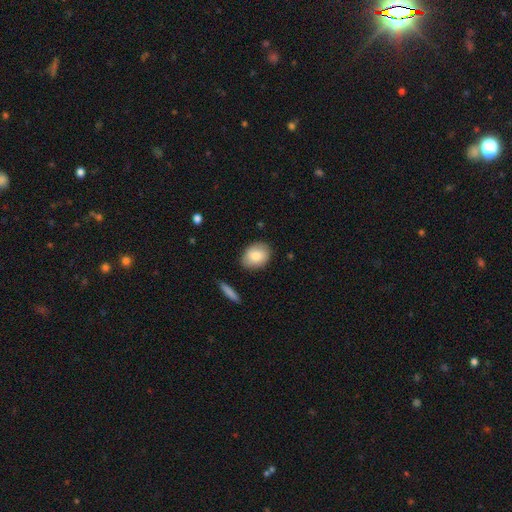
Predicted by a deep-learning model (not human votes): smooth 81%, featured or disk 13%, star or artifact 7%. Down the decision tree: how rounded — in between (62%); merging — none (85%).